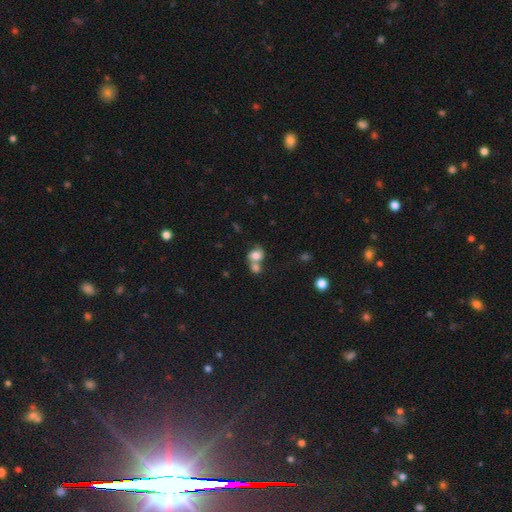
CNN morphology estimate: Overall: smooth (75%). How rounded: round (56%; in between 43%). Merging: merger (60%; none 26%).